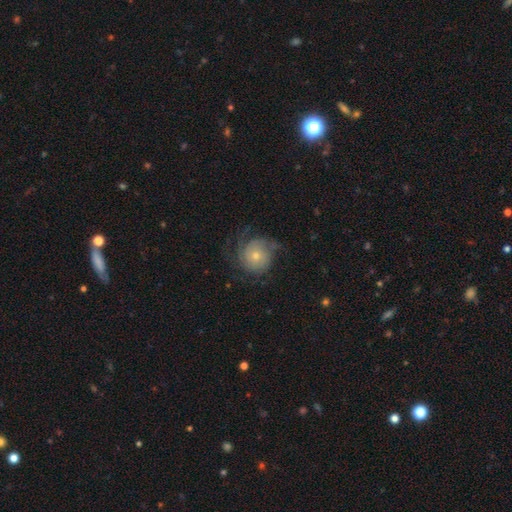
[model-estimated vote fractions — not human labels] Smooth or featured? Predicted: featured or disk (p=0.64). Edge-on disk? Predicted: no (p=0.98). Bar? Predicted: no (p=0.81). Spiral arms? Predicted: yes (p=0.88). Spiral winding? Predicted: tight (p=0.48). Spiral arm count? Predicted: 2 (p=0.34). Bulge size? Predicted: small (p=0.62). Merging? Predicted: none (p=0.60).